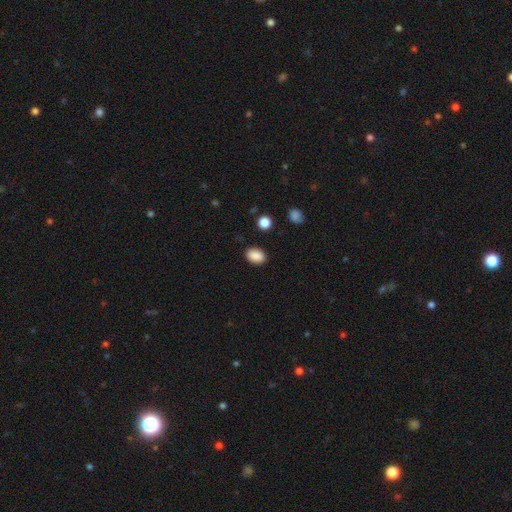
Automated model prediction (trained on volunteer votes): The model was most divided on "how rounded": in between: 80%, round: 19%, cigar-shaped: 1%. More confident: smooth or featured — smooth (88%); merging — none (88%).